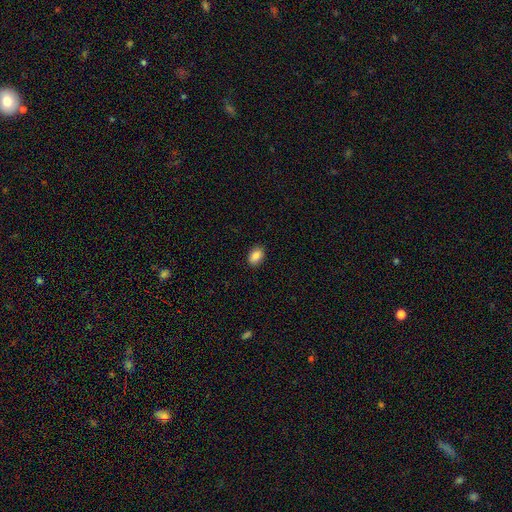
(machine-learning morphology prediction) smooth-or-featured: smooth: 87% | star or artifact: 8% | featured or disk: 5%
  how-rounded: in between: 84% | round: 14% | cigar-shaped: 1%
  merging: none: 88% | minor disturbance: 9% | major disturbance: 2% | merger: 1%